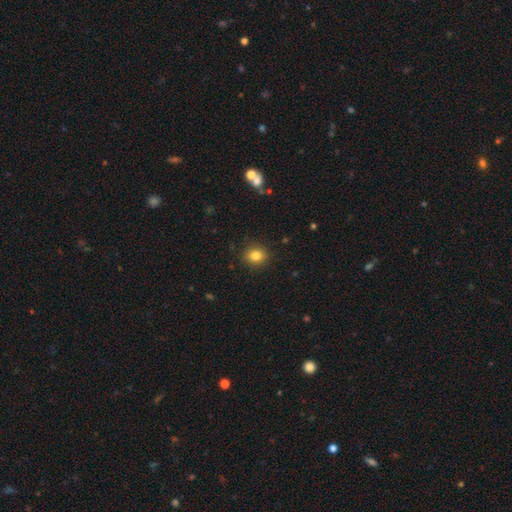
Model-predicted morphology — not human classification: A smooth galaxy with no disk features (82%) that is round (67%).

Vote fractions:
- Smooth or featured? smooth: 82% / star or artifact: 12% / featured or disk: 6%
- How rounded? round: 67% / in between: 32% / cigar-shaped: 1%
- Merging? none: 90% / minor disturbance: 7% / major disturbance: 2% / merger: 1%